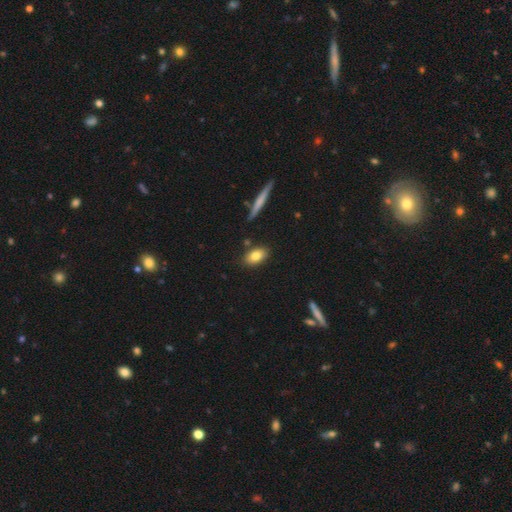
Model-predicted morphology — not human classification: A smooth galaxy with no disk features (81%) that is in between round and cigar-shaped (87%).

Vote fractions:
- Smooth or featured? smooth: 81% / featured or disk: 11% / star or artifact: 8%
- How rounded? in between: 87% / round: 9% / cigar-shaped: 4%
- Merging? none: 83% / minor disturbance: 11% / merger: 4% / major disturbance: 2%